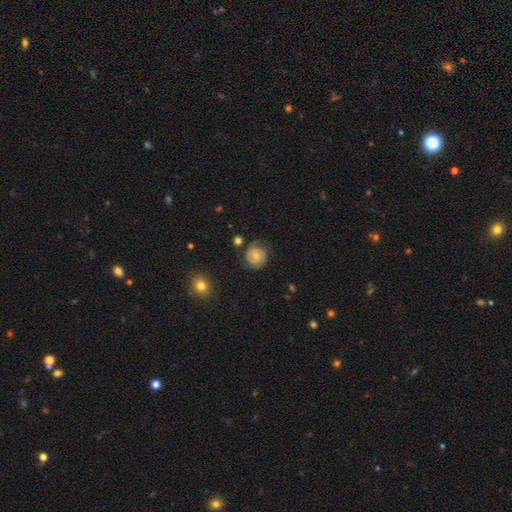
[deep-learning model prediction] A featured or disk galaxy (62%) with no bar (70%), 2 (60%) tight (63%) spiral arms (91%) and a small central bulge (49%).

Vote fractions:
- Smooth or featured? featured or disk: 62% / smooth: 30% / star or artifact: 8%
- Edge-on disk? no: 98% / yes: 2%
- Bar? no: 70% / weak: 26% / strong: 4%
- Spiral arms? yes: 91% / no: 9%
- Spiral winding? tight: 63% / medium: 28% / loose: 9%
- Spiral arm count? 2: 60% / can't tell: 19% / 1: 11% / 3: 7% / 4: 2% / more than 4: 2%
- Bulge size? small: 49% / moderate: 43% / none: 5% / large: 2% / dominant: 1%
- Merging? none: 69% / minor disturbance: 20% / major disturbance: 8% / merger: 3%